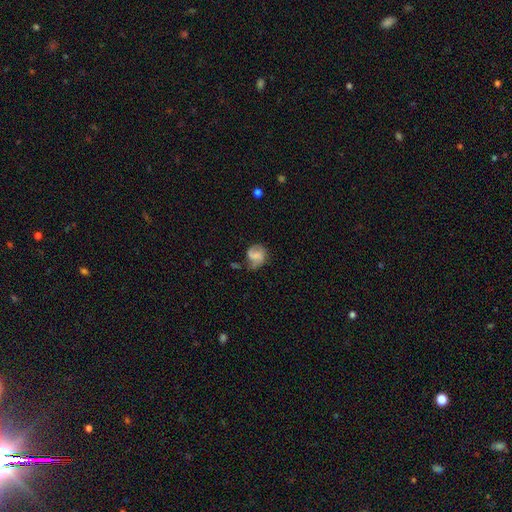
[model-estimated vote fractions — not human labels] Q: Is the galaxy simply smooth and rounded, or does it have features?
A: featured or disk — 47%.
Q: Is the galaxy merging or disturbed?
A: none — 48%.